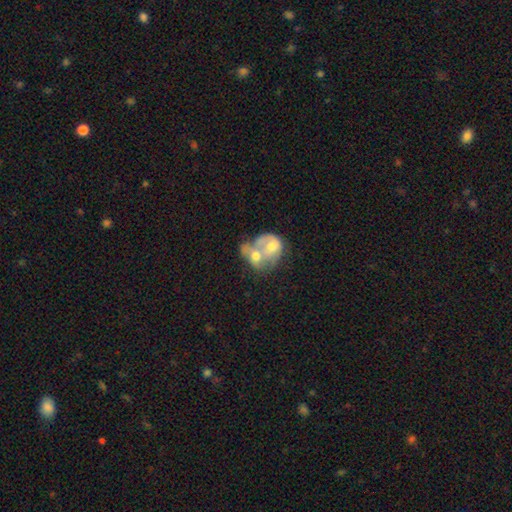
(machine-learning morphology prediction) A smooth galaxy with no disk features (47%). Merging: merger (79%).